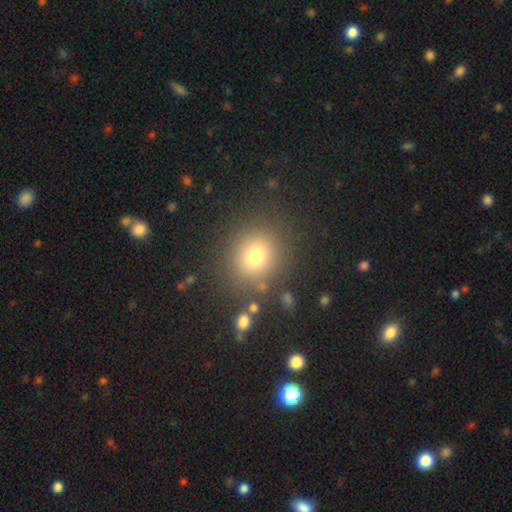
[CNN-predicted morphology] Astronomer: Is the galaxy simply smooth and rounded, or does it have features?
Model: smooth — 74%.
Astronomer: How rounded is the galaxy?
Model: round — 80%.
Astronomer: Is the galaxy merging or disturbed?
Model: none — 84%.